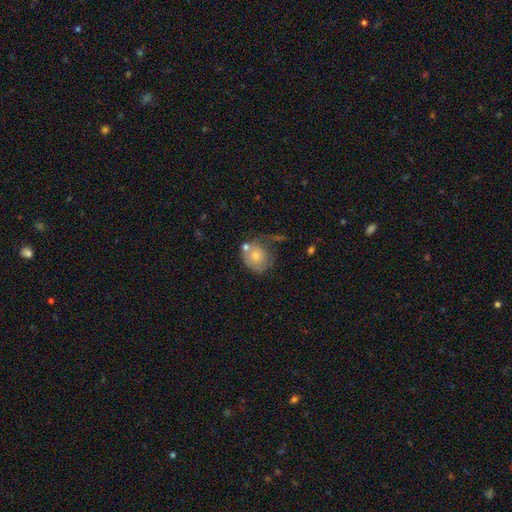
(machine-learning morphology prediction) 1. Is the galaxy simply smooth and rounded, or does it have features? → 66% smooth, 26% featured or disk, 8% star or artifact.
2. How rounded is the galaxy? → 77% round, 22% in between, 1% cigar-shaped.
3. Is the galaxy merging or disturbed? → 39% none, 24% minor disturbance, 19% merger, 18% major disturbance.